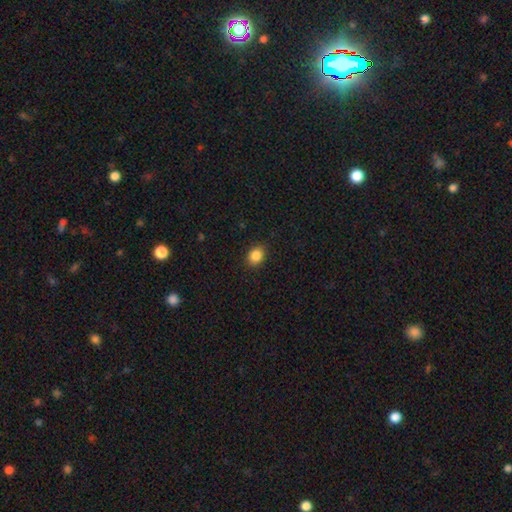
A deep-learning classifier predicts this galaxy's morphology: type=smooth (87%); roundness=in between (57%); merging=none (88%).